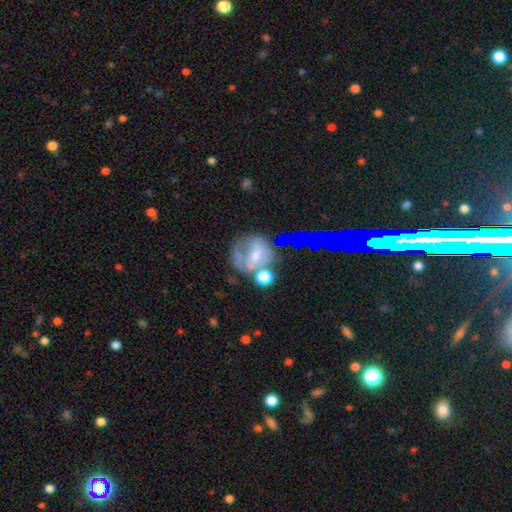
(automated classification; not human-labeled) Smooth or featured: featured or disk — 47% (smooth — 38%)
Merging: none — 45% (minor disturbance — 21%)